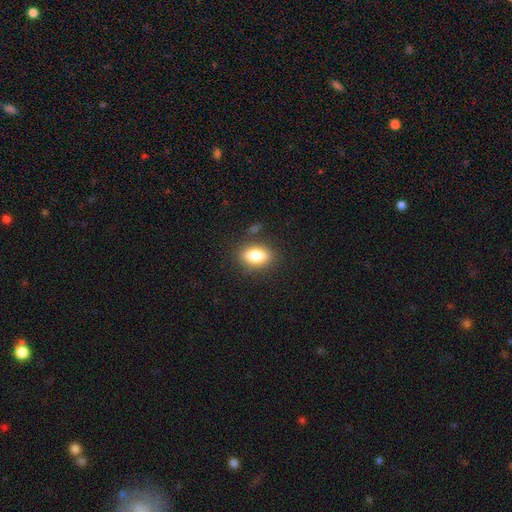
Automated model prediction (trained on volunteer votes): This appears to be a smooth galaxy with no disk features (81%) that is in between round and cigar-shaped (83%). Merging: none (83%).